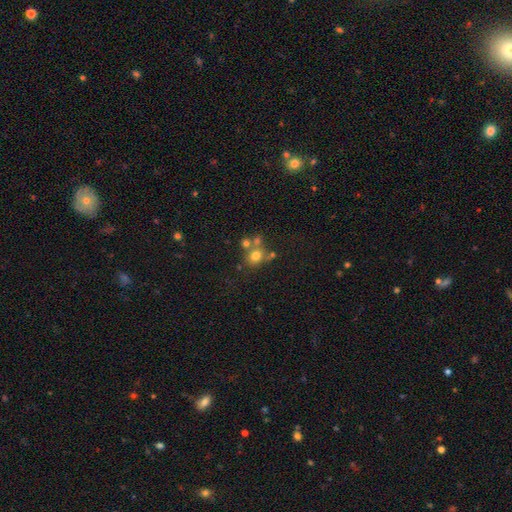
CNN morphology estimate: Smooth or featured?
  - smooth: 69% *
  - star or artifact: 16%
  - featured or disk: 15%
How rounded?
  - round: 79% *
  - in between: 20%
  - cigar-shaped: 1%
Merging?
  - none: 52% *
  - merger: 33%
  - minor disturbance: 10%
  - major disturbance: 5%